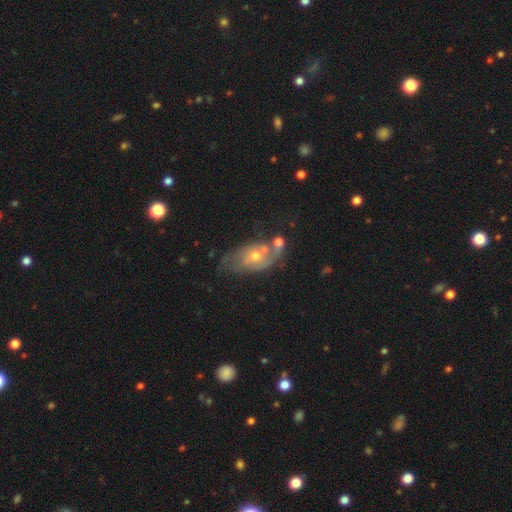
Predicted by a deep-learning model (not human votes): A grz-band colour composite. It shows a featured or disk galaxy (70%) with no bar (74%), 2 (62%) medium (41%) spiral arms (79%) and a moderate central bulge (50%). Merging: none (44%).